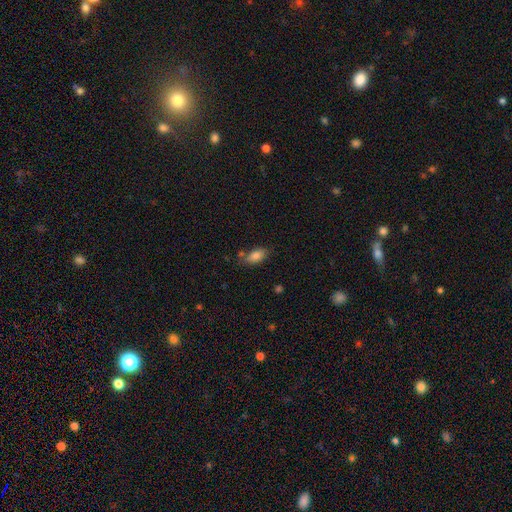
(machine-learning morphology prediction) This appears to be a smooth galaxy with no disk features (83%) that is in between round and cigar-shaped (88%). Merging: none (70%).